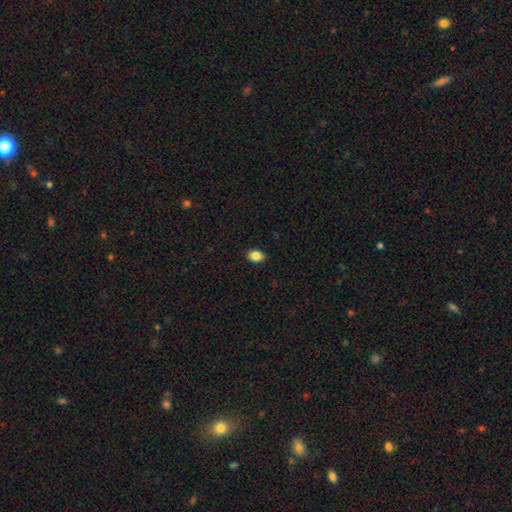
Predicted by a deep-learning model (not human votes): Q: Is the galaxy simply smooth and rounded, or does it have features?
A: smooth — 86%.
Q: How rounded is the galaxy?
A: in between — 73%.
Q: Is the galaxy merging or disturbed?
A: none — 90%.